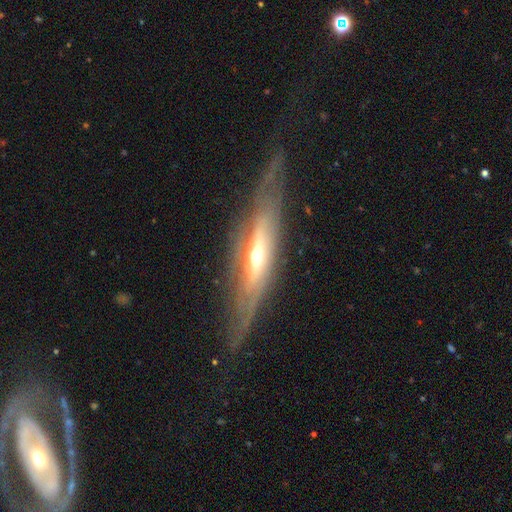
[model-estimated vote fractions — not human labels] Morphology: type=featured or disk (80%); edge-on=yes (71%); edge-on bulge=rounded (84%); merging=none (66%).